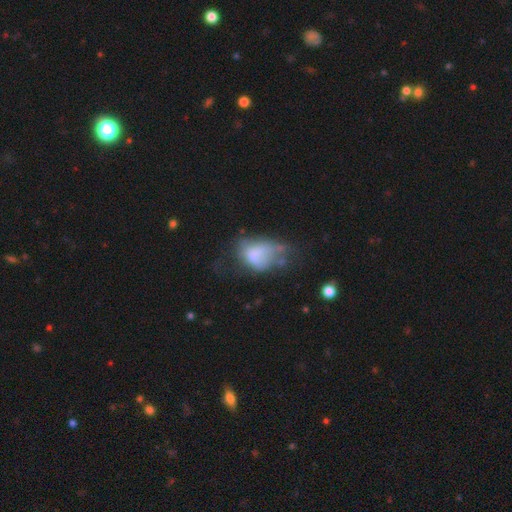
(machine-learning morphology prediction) Smooth or featured? smooth (56%)
How rounded? in between (81%)
Merging? major disturbance (42%)